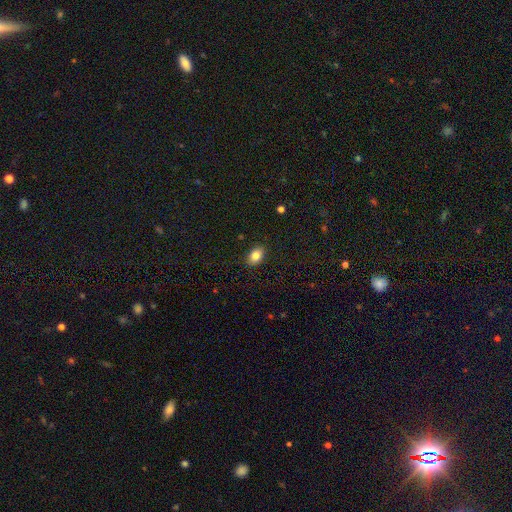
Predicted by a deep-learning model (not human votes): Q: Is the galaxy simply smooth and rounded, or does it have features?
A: smooth — 85%.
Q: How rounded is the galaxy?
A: in between — 86%.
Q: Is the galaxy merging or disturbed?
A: none — 88%.